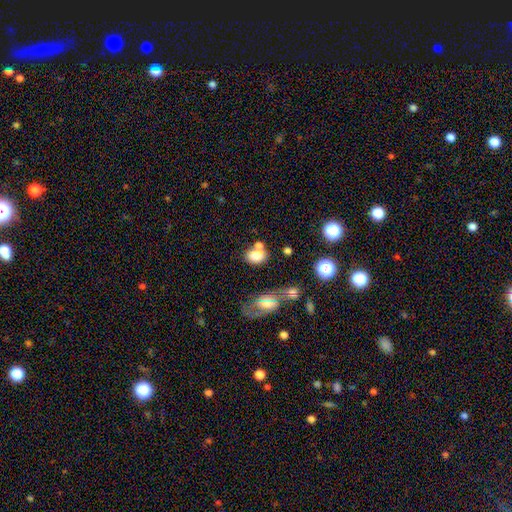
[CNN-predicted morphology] type=smooth (74%); roundness=in between (69%); merging=merger (42%).